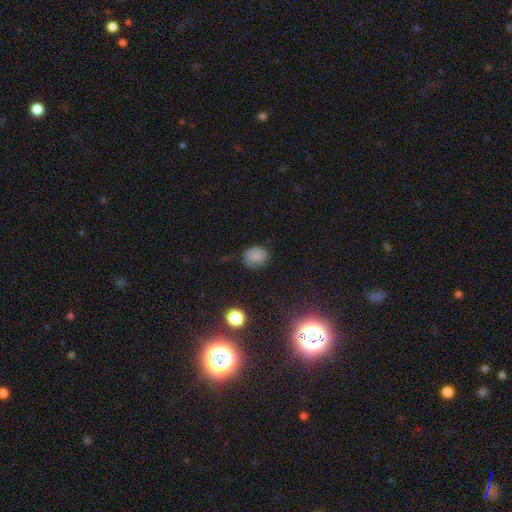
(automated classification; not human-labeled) smooth 78%, star or artifact 13%, featured or disk 9%. Down the decision tree: how rounded — round (63%); merging — none (67%).